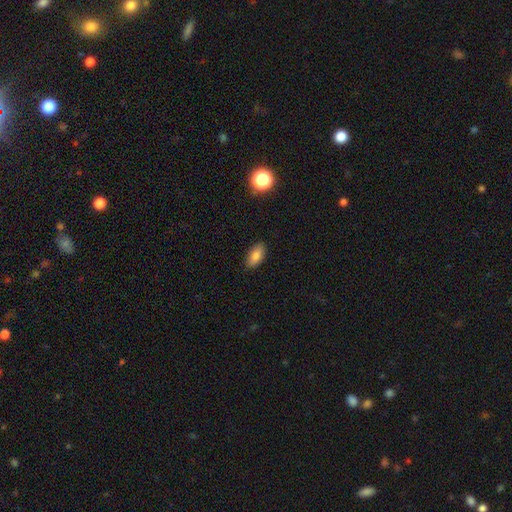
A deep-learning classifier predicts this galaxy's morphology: Overall: smooth (84%). How rounded: in between (90%). Merging: none (86%).